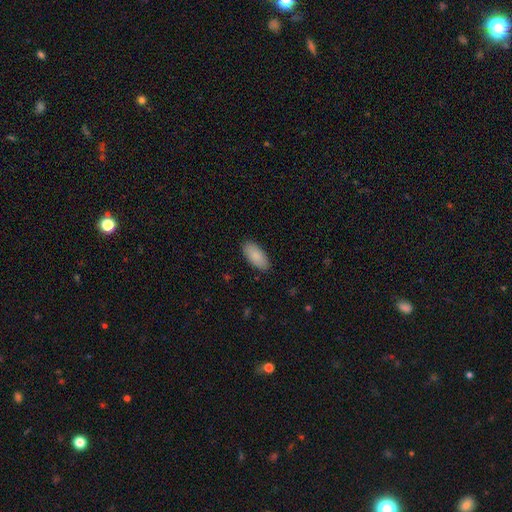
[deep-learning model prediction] Smooth or featured: smooth — 88% (featured or disk — 6%)
How rounded: in between — 92% (cigar-shaped — 6%)
Merging: none — 88% (minor disturbance — 9%)